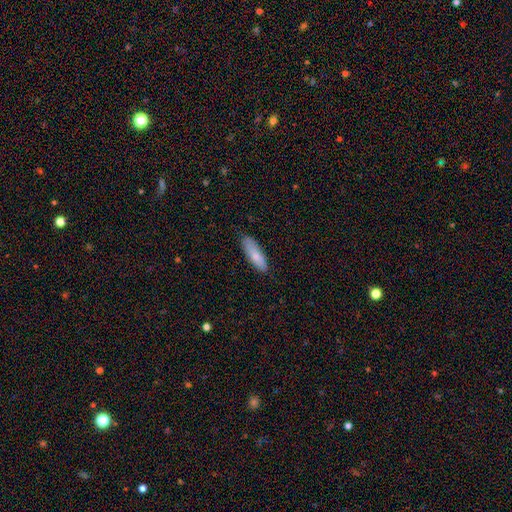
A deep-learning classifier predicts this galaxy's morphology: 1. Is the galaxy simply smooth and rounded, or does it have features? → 79% smooth, 15% featured or disk, 6% star or artifact.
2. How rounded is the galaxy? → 51% cigar-shaped, 48% in between, 2% round.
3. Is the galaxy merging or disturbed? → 82% none, 14% minor disturbance, 2% major disturbance, 1% merger.